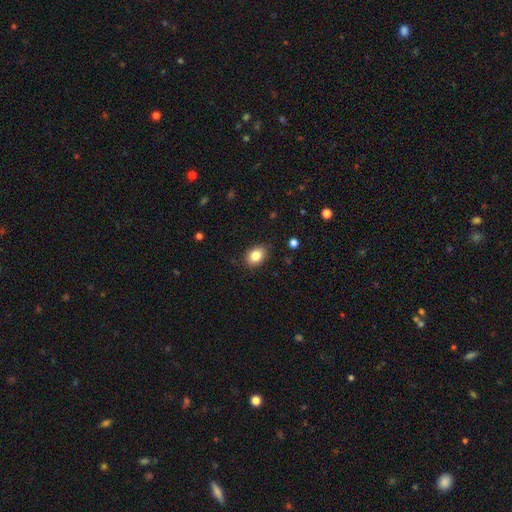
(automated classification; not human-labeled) A smooth galaxy with no disk features (84%) that is in between round and cigar-shaped (75%).

Vote fractions:
- Smooth or featured? smooth: 84% / star or artifact: 9% / featured or disk: 7%
- How rounded? in between: 75% / round: 24% / cigar-shaped: 1%
- Merging? none: 85% / minor disturbance: 11% / major disturbance: 2% / merger: 1%